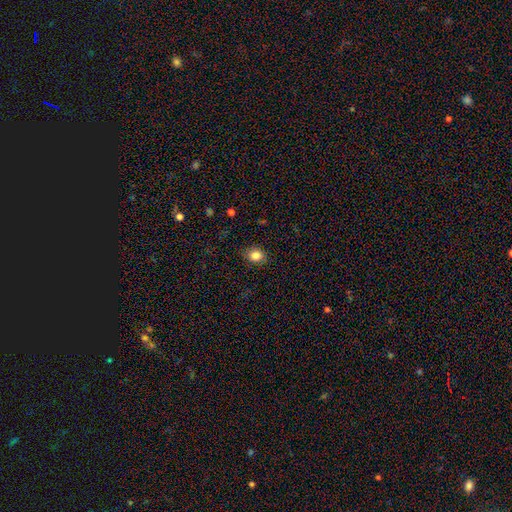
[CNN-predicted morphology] This is clearly a smooth galaxy (83%). How rounded: possibly round (57%). Merging: clearly none (83%).